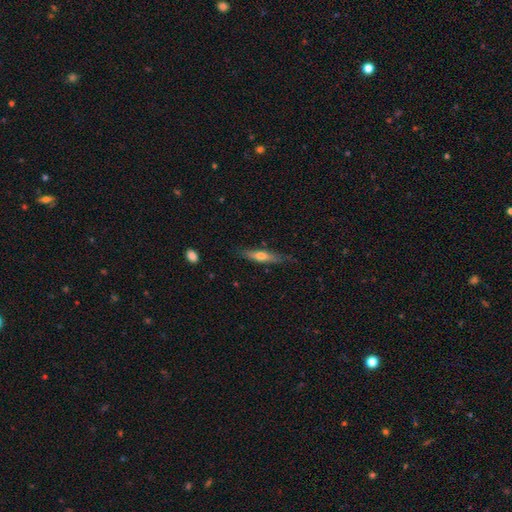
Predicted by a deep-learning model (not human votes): A featured or disk galaxy (55%) viewed edge-on (91%) with a rounded central bulge (84%). Merging: none (83%).